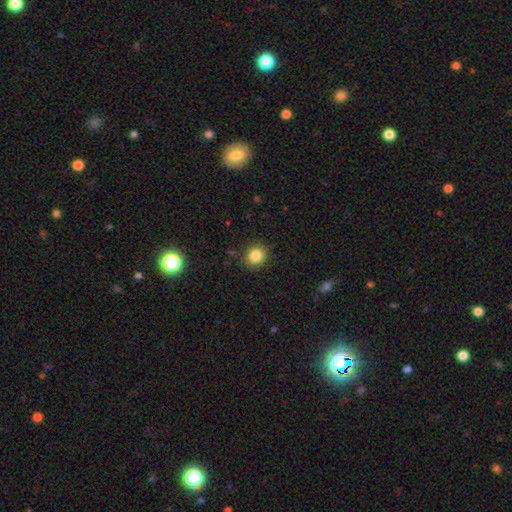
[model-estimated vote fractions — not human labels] smooth 84%, star or artifact 11%, featured or disk 5%. Down the decision tree: how rounded — round (86%); merging — none (90%).